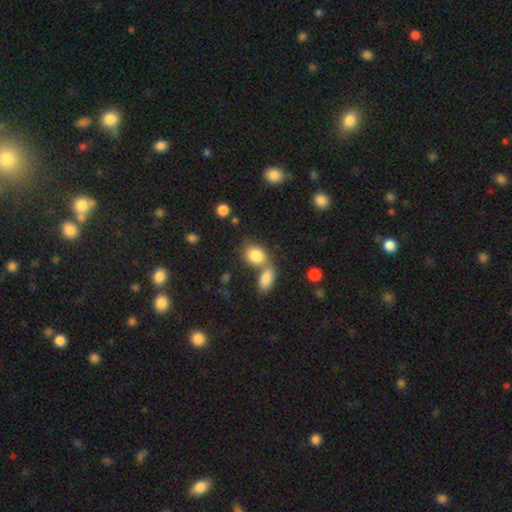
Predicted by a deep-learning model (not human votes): A smooth galaxy with no disk features (85%) that is in between round and cigar-shaped (68%).

Vote fractions:
- Smooth or featured? smooth: 85% / star or artifact: 8% / featured or disk: 8%
- How rounded? in between: 68% / round: 30% / cigar-shaped: 2%
- Merging? merger: 46% / none: 40% / minor disturbance: 10% / major disturbance: 4%